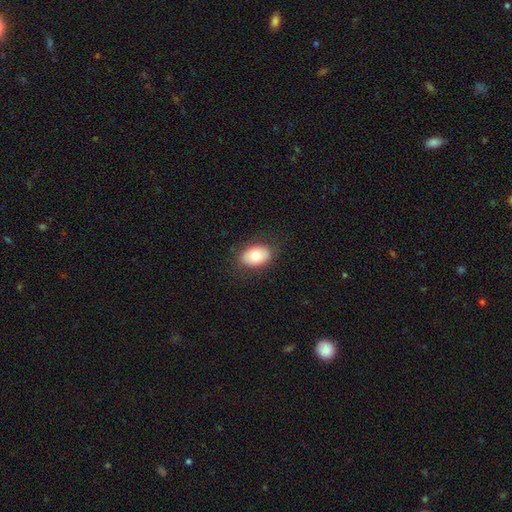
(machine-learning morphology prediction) type=smooth (75%); roundness=in between (84%); merging=none (84%).